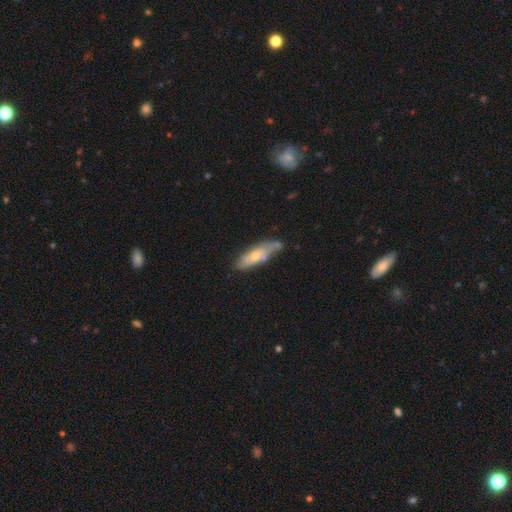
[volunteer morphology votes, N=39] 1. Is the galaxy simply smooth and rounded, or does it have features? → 59% featured or disk, 33% smooth, 8% star or artifact.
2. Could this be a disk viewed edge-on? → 61% yes, 39% no.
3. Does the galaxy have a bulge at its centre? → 71% rounded, 21% none, 7% boxy.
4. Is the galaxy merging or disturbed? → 64% none, 25% minor disturbance, 8% major disturbance, 3% merger.